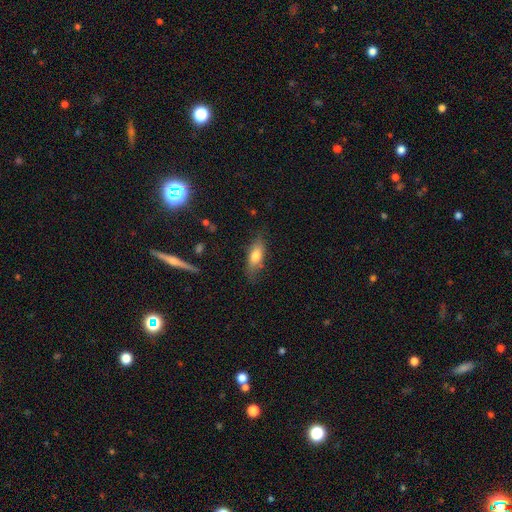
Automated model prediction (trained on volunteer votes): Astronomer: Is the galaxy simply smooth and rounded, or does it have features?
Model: smooth — 73%.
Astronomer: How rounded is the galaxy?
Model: in between — 70%.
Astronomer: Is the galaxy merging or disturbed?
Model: none — 71%.